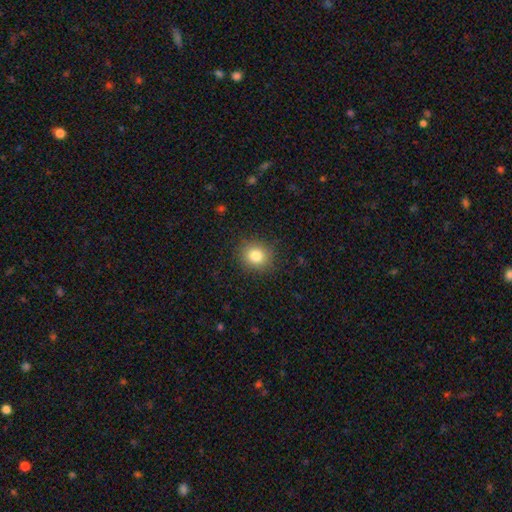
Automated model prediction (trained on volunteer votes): smooth-or-featured: smooth: 82% | star or artifact: 11% | featured or disk: 7%
  how-rounded: round: 81% | in between: 18% | cigar-shaped: 1%
  merging: none: 88% | minor disturbance: 8% | major disturbance: 3% | merger: 1%